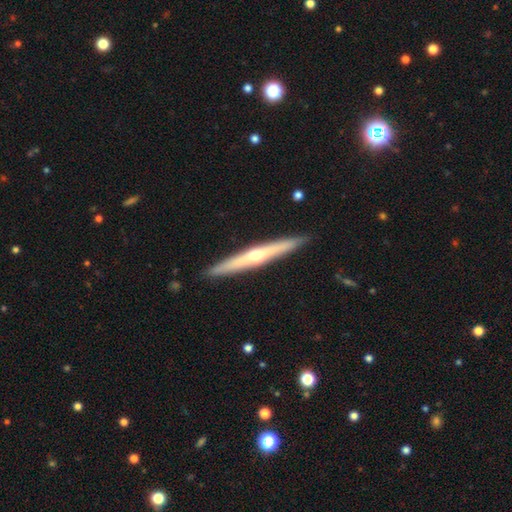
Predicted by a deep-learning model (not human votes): A featured or disk galaxy (68%) viewed edge-on (97%) with a rounded central bulge (81%).

Vote fractions:
- Smooth or featured? featured or disk: 68% / smooth: 27% / star or artifact: 5%
- Edge-on disk? yes: 97% / no: 3%
- Edge-on bulge? rounded: 81% / none: 16% / boxy: 3%
- Merging? none: 92% / minor disturbance: 6% / major disturbance: 1% / merger: 1%